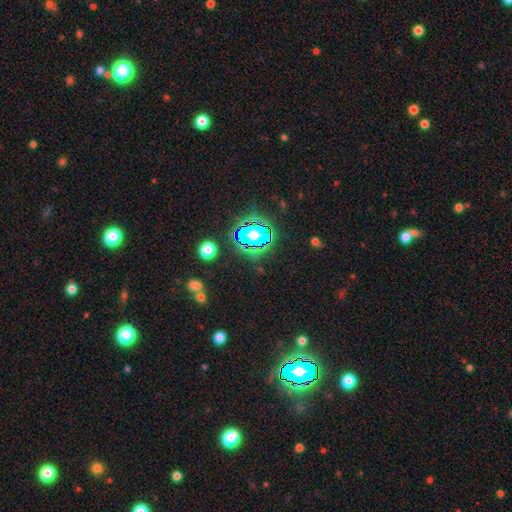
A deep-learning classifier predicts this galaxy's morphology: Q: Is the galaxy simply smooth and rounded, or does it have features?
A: star or artifact — 79%.